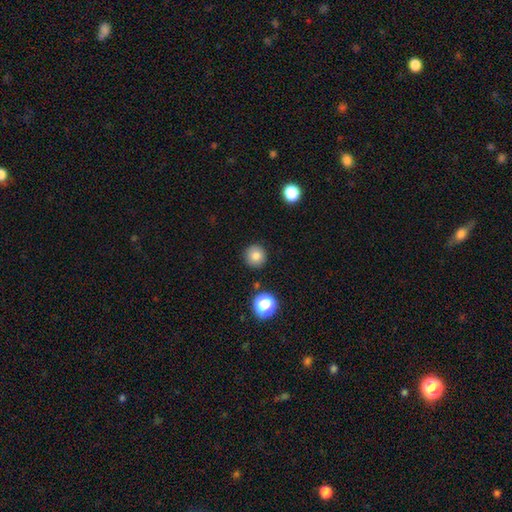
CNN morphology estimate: Smooth or featured?
  - smooth: 82% *
  - star or artifact: 12%
  - featured or disk: 7%
How rounded?
  - round: 95% *
  - in between: 4%
  - cigar-shaped: 1%
Merging?
  - none: 90% *
  - minor disturbance: 6%
  - major disturbance: 2%
  - merger: 2%